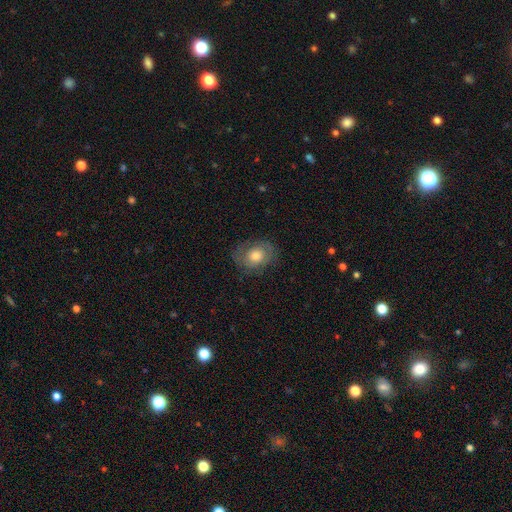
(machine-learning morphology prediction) This appears to be a smooth galaxy with no disk features (58%) that is in between round and cigar-shaped (56%). Merging: none (76%).